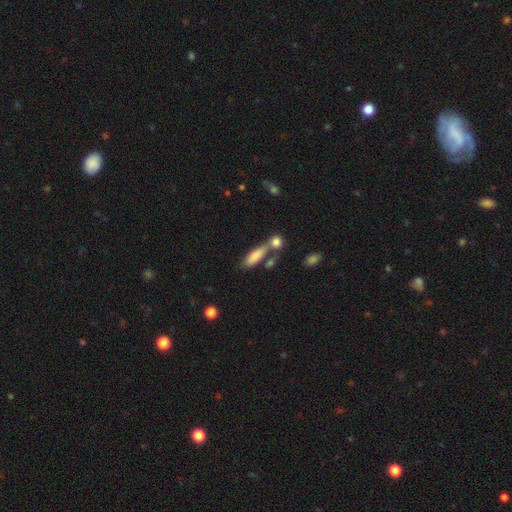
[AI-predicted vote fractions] A smooth galaxy with no disk features (80%) that is in between round and cigar-shaped (60%). Merging: none (48%).